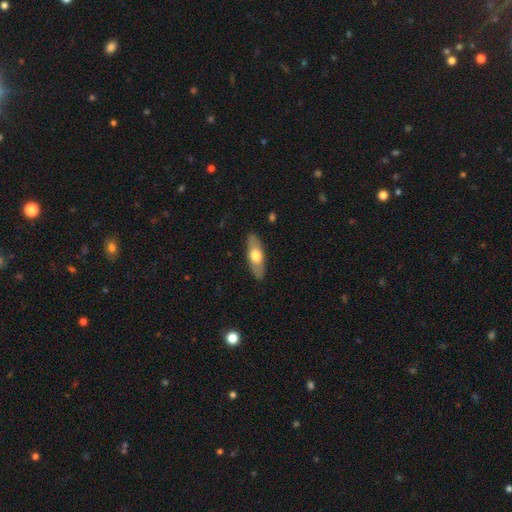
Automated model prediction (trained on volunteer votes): smooth-or-featured: smooth: 59% | featured or disk: 36% | star or artifact: 5%
  how-rounded: in between: 62% | cigar-shaped: 35% | round: 3%
  merging: none: 87% | minor disturbance: 10% | major disturbance: 2% | merger: 1%